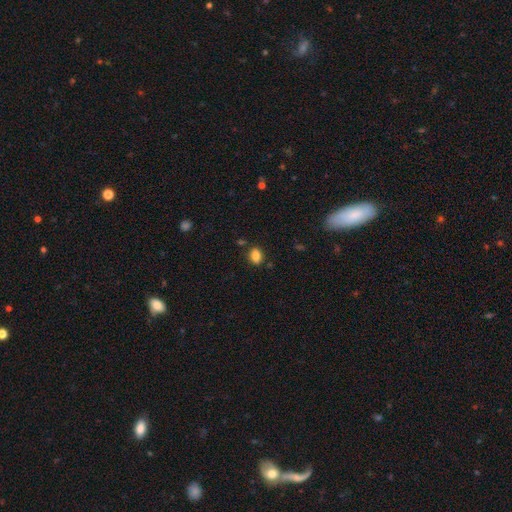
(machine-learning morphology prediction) A smooth galaxy with no disk features (85%) that is in between round and cigar-shaped (71%).

Vote fractions:
- Smooth or featured? smooth: 85% / star or artifact: 10% / featured or disk: 5%
- How rounded? in between: 71% / round: 27% / cigar-shaped: 1%
- Merging? none: 81% / minor disturbance: 11% / merger: 4% / major disturbance: 3%